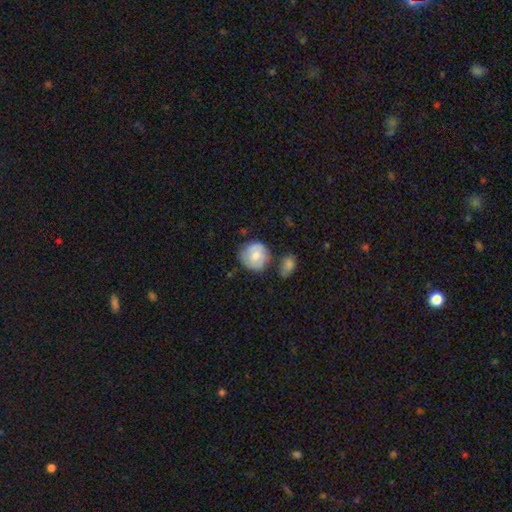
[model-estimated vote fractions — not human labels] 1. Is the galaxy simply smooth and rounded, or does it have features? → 73% smooth, 20% featured or disk, 7% star or artifact.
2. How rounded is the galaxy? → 91% round, 8% in between, 1% cigar-shaped.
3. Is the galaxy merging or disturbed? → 64% none, 21% minor disturbance, 10% merger, 5% major disturbance.